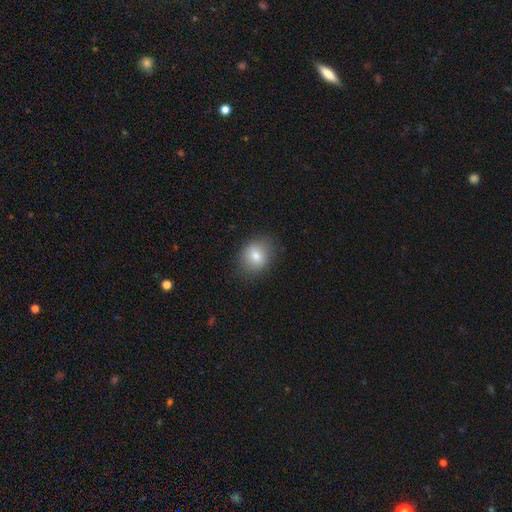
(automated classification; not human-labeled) Smooth or featured?
  - smooth: 79% *
  - featured or disk: 12%
  - star or artifact: 9%
How rounded?
  - round: 59% *
  - in between: 40%
  - cigar-shaped: 1%
Merging?
  - none: 81% *
  - minor disturbance: 14%
  - major disturbance: 4%
  - merger: 1%